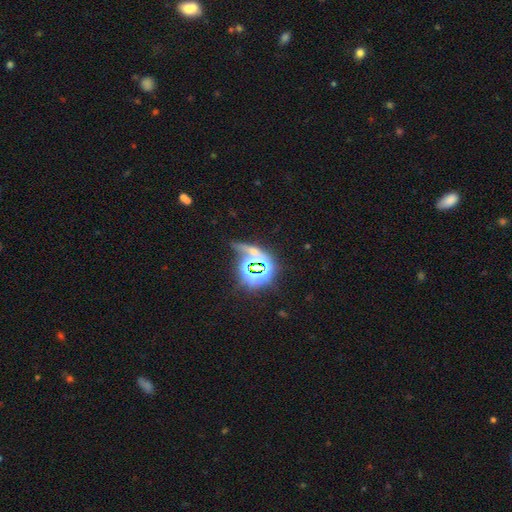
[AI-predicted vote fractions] Smooth or featured? Predicted: star or artifact (p=0.69).